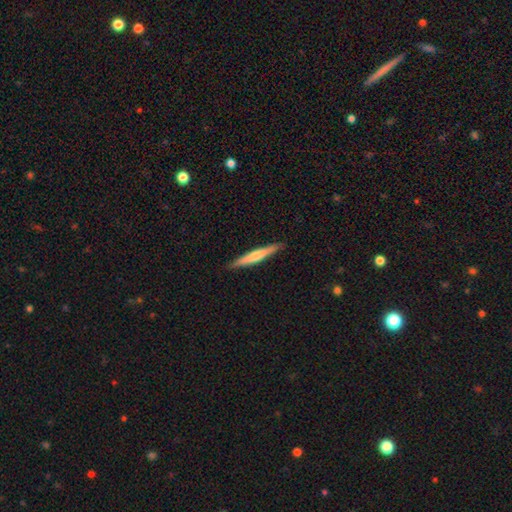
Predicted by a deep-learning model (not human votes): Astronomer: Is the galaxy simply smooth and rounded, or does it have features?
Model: smooth — 52% (runner-up: featured or disk, 43%).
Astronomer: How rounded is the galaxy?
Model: cigar-shaped — 95%.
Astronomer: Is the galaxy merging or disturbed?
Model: none — 91%.